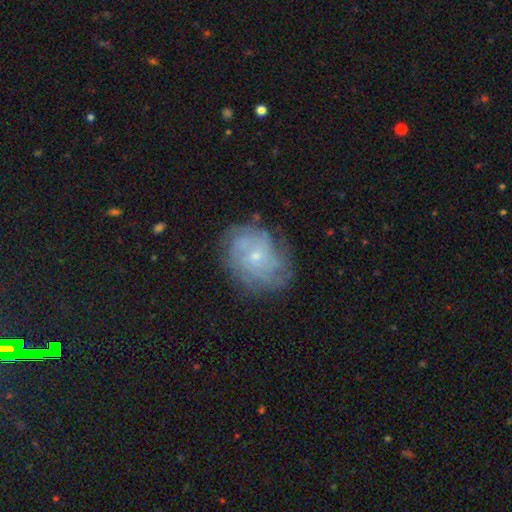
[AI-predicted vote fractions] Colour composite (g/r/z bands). It shows a featured or disk galaxy (71%) with no bar (80%), tight (62%) spiral arms (88%) and a small central bulge (77%). Merging: none (74%).